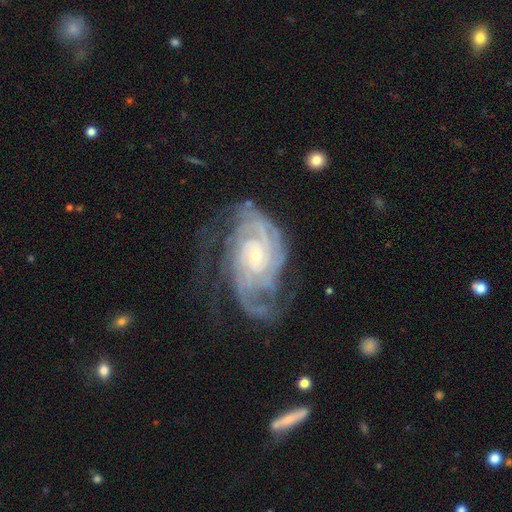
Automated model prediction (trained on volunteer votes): Smooth or featured? featured or disk (91%)
Edge-on disk? no (97%)
Bar? no (69%)
Spiral arms? yes (98%)
Spiral winding? tight (68%)
Spiral arm count? 2 (29%)
Bulge size? small (74%)
Merging? none (58%)